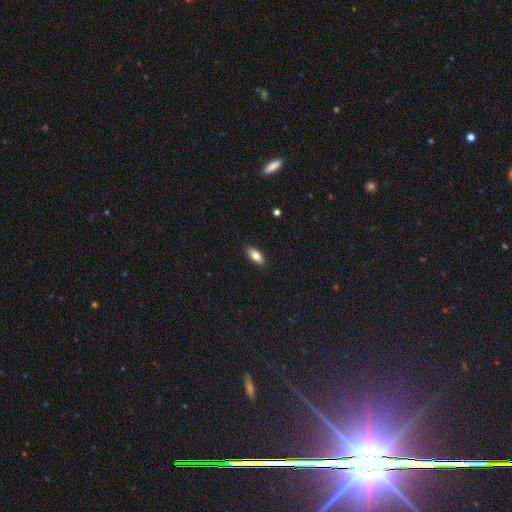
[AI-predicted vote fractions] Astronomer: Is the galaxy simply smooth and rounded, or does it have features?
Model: smooth — 83%.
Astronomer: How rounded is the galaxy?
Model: in between — 86%.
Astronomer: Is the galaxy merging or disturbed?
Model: none — 89%.